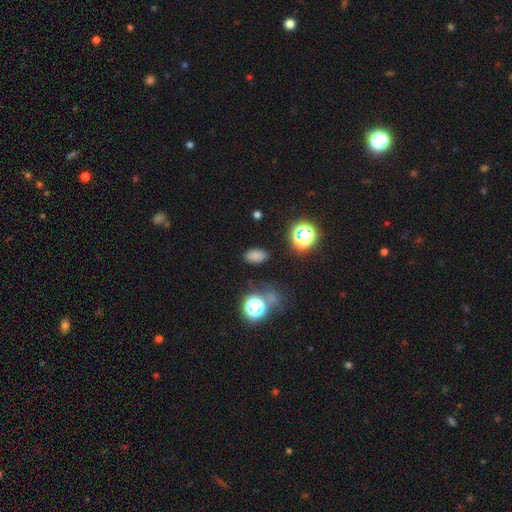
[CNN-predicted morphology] smooth 74%, star or artifact 20%, featured or disk 6%. Down the decision tree: how rounded — in between (89%); merging — none (83%).